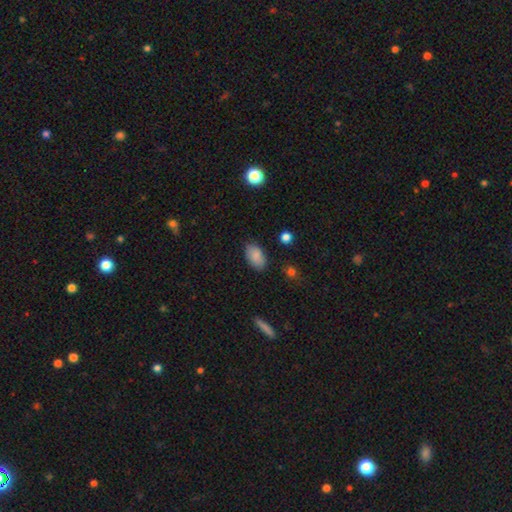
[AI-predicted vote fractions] The model was most divided on "merging": none: 84%, minor disturbance: 12%, major disturbance: 3%, merger: 1%. More confident: how rounded — in between (93%); smooth or featured — smooth (87%).